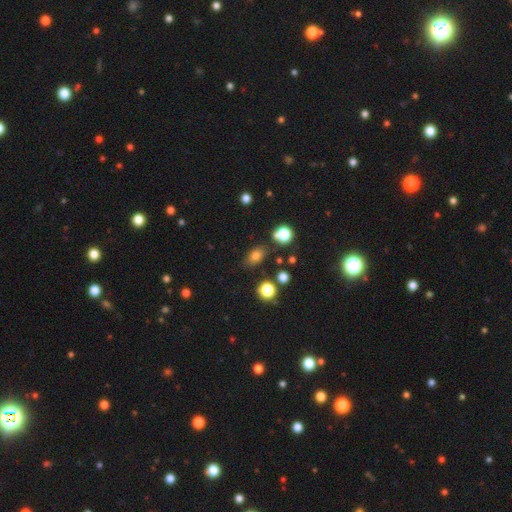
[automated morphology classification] Overall: smooth (76%). How rounded: in between (78%). Merging: none (75%).